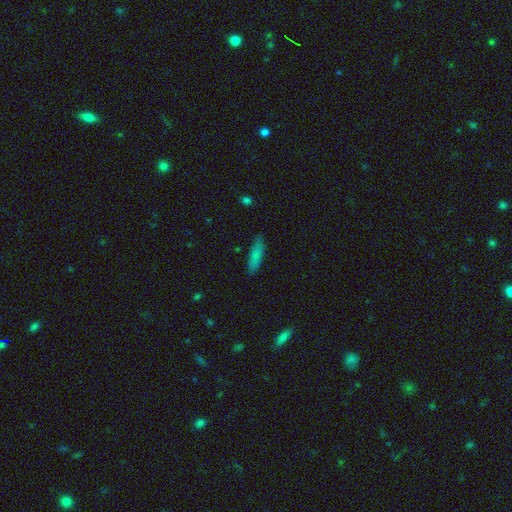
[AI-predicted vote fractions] smooth 80%, featured or disk 12%, star or artifact 8%. Down the decision tree: how rounded — cigar-shaped (68%); merging — none (84%).